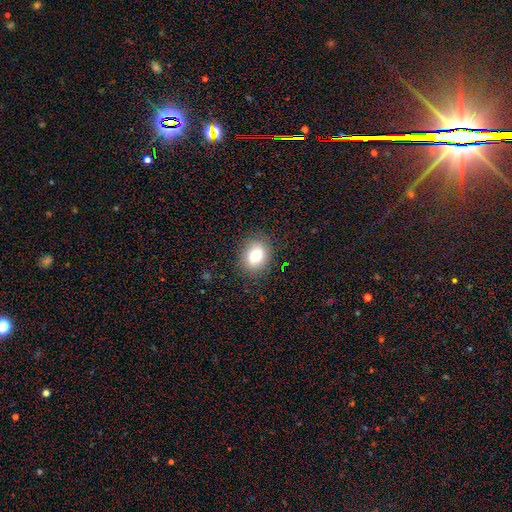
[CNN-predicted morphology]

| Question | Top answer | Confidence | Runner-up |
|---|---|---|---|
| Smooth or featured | smooth | 78% | featured or disk (12%) |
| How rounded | in between | 50% | round (49%) |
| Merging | none | 86% | minor disturbance (10%) |